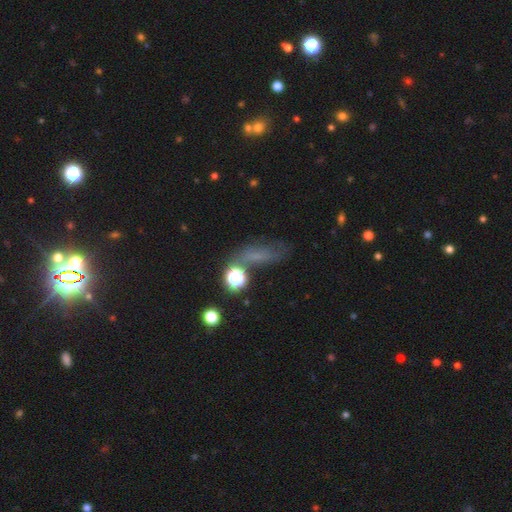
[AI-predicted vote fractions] Smooth or featured: smooth — 48% (star or artifact — 30%)
Merging: none — 50% (minor disturbance — 21%)